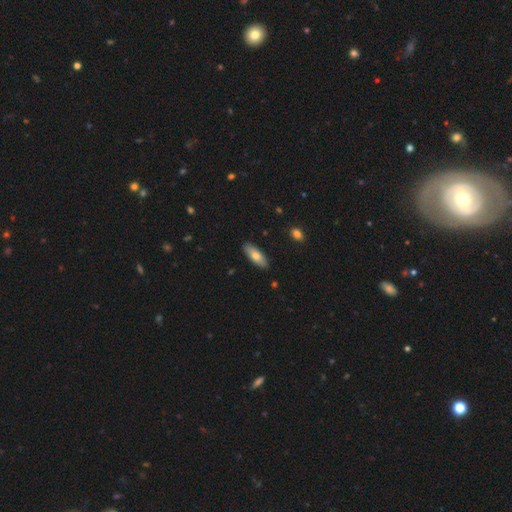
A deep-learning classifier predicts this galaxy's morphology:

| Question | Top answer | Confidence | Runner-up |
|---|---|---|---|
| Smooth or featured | smooth | 73% | featured or disk (21%) |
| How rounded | in between | 68% | cigar-shaped (30%) |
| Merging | none | 89% | minor disturbance (9%) |